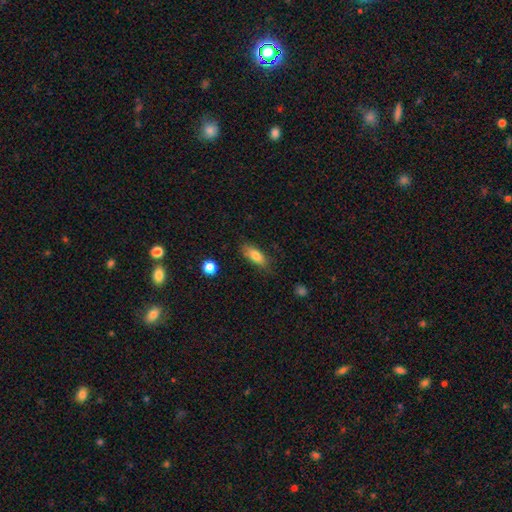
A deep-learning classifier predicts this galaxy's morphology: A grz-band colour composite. It shows a smooth galaxy with no disk features (80%) that is in between round and cigar-shaped (73%). Merging: none (77%).